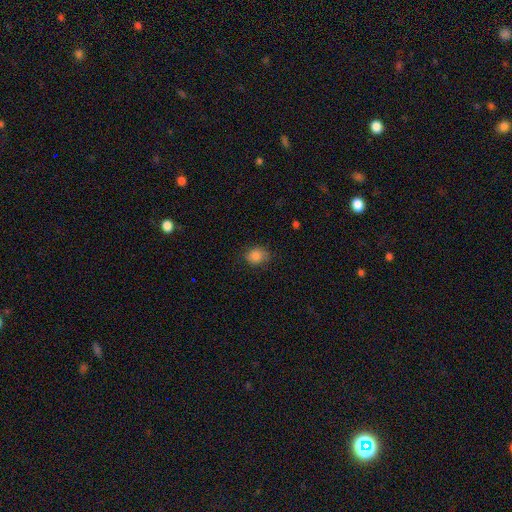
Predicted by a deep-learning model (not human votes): A smooth galaxy with no disk features (85%) that is round (59%). Merging: none (75%).